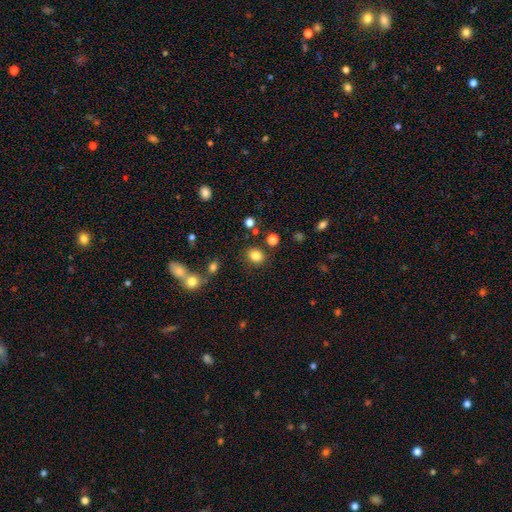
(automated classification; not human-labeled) smooth_or_featured: smooth (p=0.83) [alt: star or artifact p=0.12]
how_rounded: round (p=0.67) [alt: in between p=0.32]
merging: none (p=0.85) [alt: minor disturbance p=0.09]